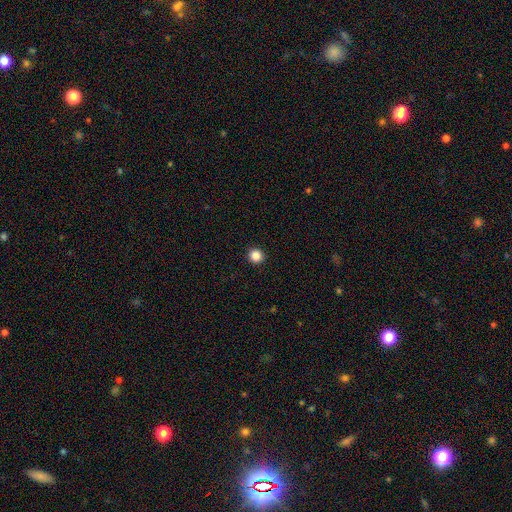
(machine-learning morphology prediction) smooth 86%, star or artifact 11%, featured or disk 3%. Down the decision tree: how rounded — round (95%); merging — none (94%).